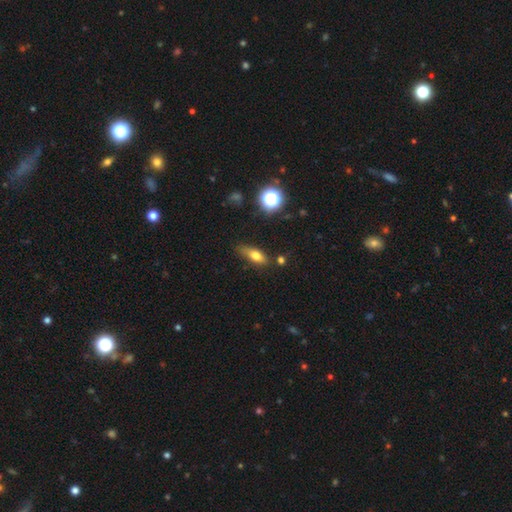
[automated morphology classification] smooth_or_featured: smooth (p=0.68) [alt: featured or disk p=0.21]
how_rounded: in between (p=0.65) [alt: cigar-shaped p=0.27]
merging: none (p=0.67) [alt: minor disturbance p=0.23]